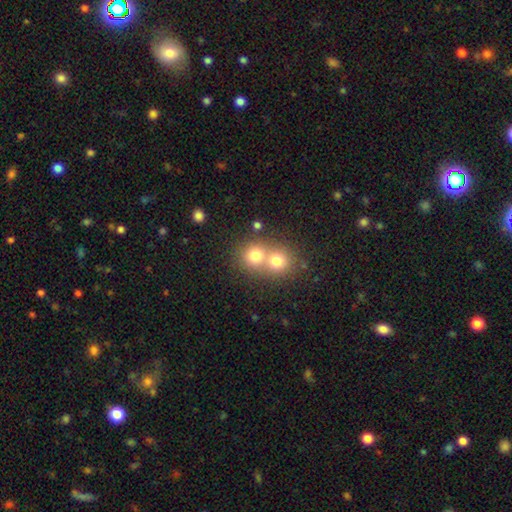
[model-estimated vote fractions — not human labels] This is likely a smooth galaxy (74%). How rounded: clearly round (82%). Merging: possibly merger (60%).